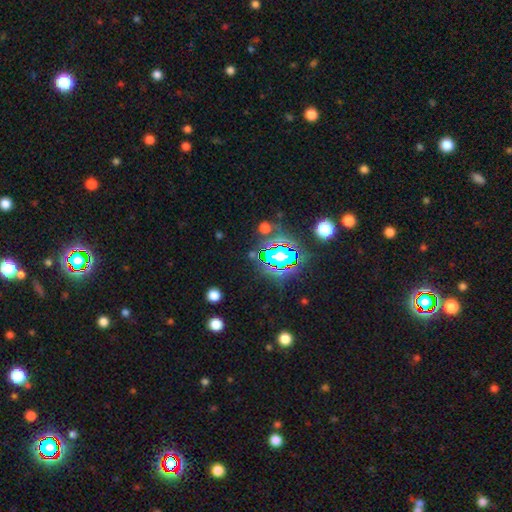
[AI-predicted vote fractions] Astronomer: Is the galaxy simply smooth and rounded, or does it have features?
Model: star or artifact — 71%.